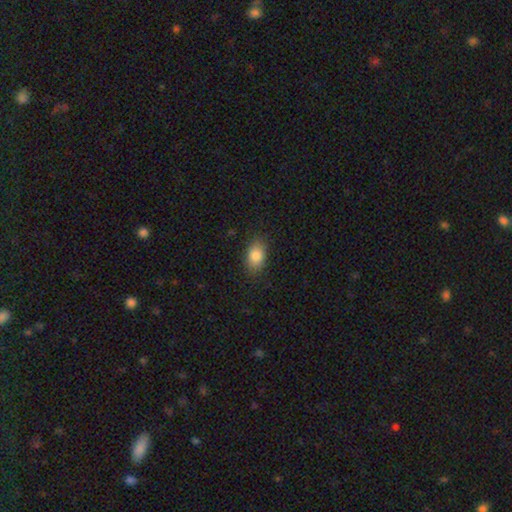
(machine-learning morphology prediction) Smooth or featured?
  - smooth: 84% *
  - star or artifact: 8%
  - featured or disk: 8%
How rounded?
  - in between: 86% *
  - round: 13%
  - cigar-shaped: 2%
Merging?
  - none: 85% *
  - minor disturbance: 12%
  - major disturbance: 3%
  - merger: 1%